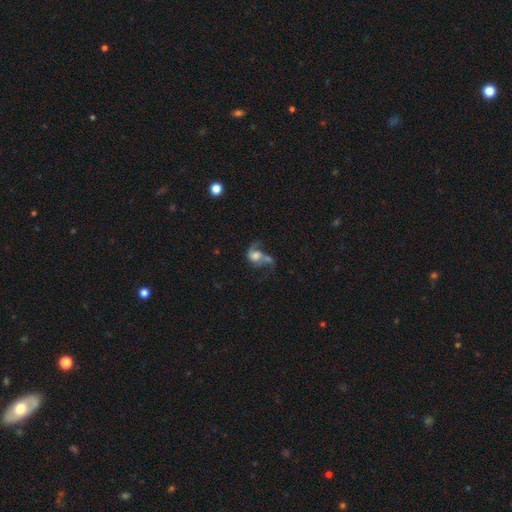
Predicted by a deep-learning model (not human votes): Q: Smooth or featured?
A: featured or disk (53%); runner-up: smooth (36%)
Q: Edge-on disk?
A: no (97%); runner-up: yes (3%)
Q: Bar?
A: no (74%); runner-up: weak (21%)
Q: Spiral arms?
A: yes (74%); runner-up: no (26%)
Q: Bulge size?
A: moderate (35%); runner-up: large (30%)
Q: Merging?
A: merger (38%); runner-up: major disturbance (30%)